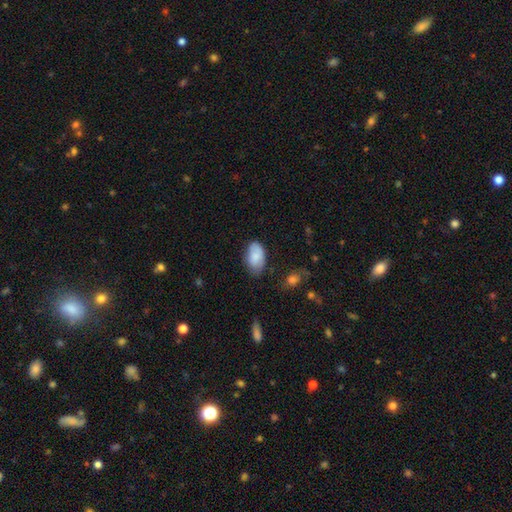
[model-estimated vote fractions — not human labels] Smooth or featured?
  - smooth: 84% *
  - featured or disk: 9%
  - star or artifact: 7%
How rounded?
  - in between: 93% *
  - round: 6%
  - cigar-shaped: 1%
Merging?
  - none: 63% *
  - minor disturbance: 29%
  - major disturbance: 6%
  - merger: 2%